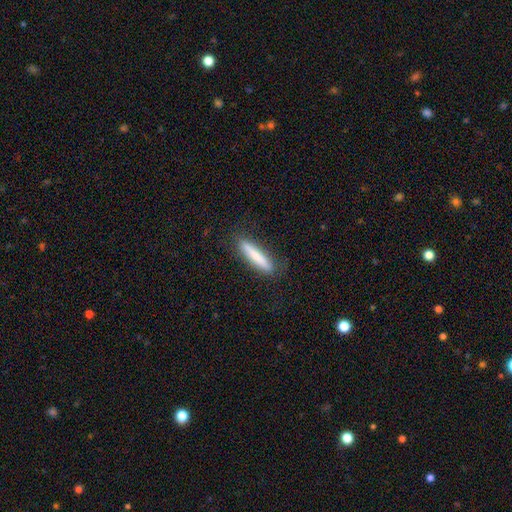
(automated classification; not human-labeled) smooth-or-featured: smooth: 71% | featured or disk: 22% | star or artifact: 6%
  how-rounded: cigar-shaped: 91% | in between: 8% | round: 1%
  merging: none: 87% | minor disturbance: 10% | major disturbance: 2% | merger: 1%